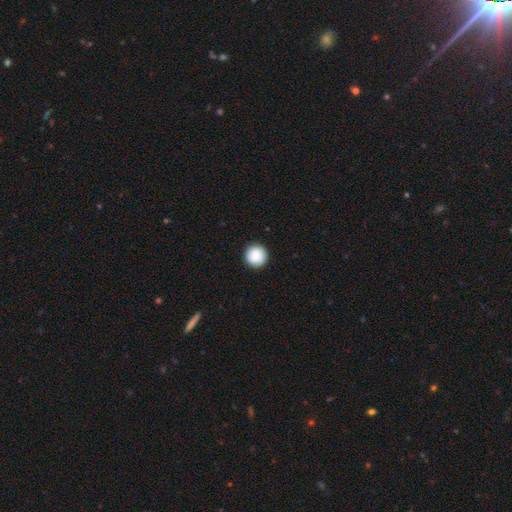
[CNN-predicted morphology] Smooth or featured: smooth — 85% (star or artifact — 8%)
How rounded: round — 96% (in between — 3%)
Merging: none — 92% (minor disturbance — 6%)